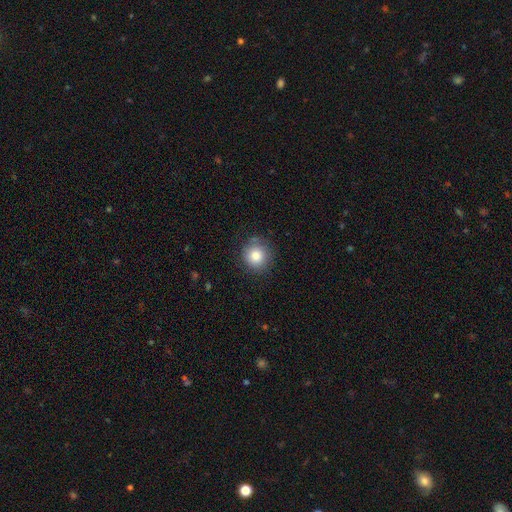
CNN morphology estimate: type=smooth (83%); roundness=round (91%); merging=none (80%).